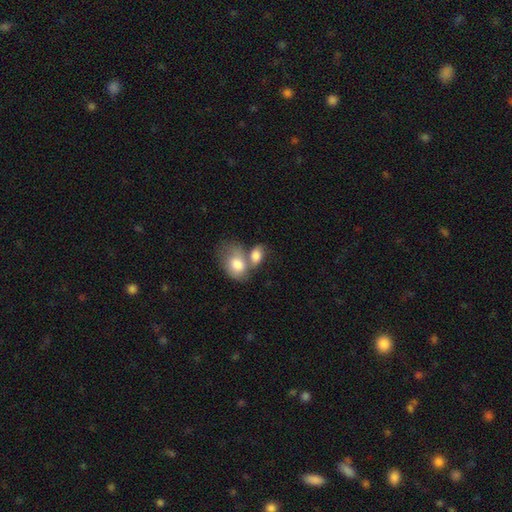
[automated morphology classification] Q: Smooth or featured?
A: smooth (77%); runner-up: featured or disk (16%)
Q: How rounded?
A: in between (79%); runner-up: round (19%)
Q: Merging?
A: merger (60%); runner-up: none (22%)